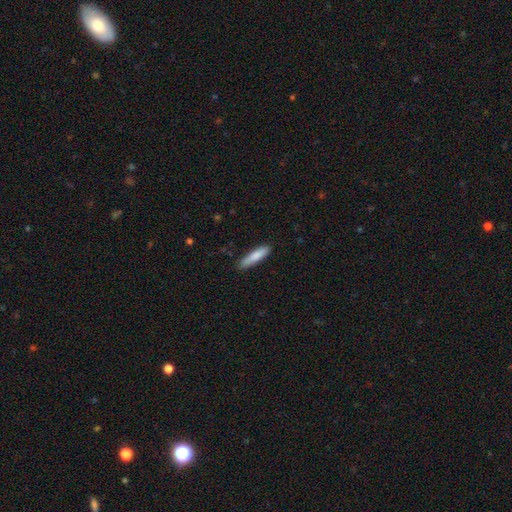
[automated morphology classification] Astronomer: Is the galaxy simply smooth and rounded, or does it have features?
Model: smooth — 83%.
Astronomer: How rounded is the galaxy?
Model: cigar-shaped — 79%.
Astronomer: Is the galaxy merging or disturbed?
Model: none — 85%.